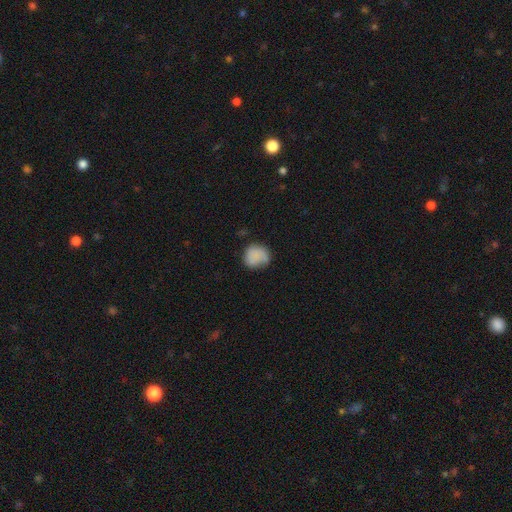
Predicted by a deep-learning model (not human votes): smooth 77%, featured or disk 14%, star or artifact 8%. Down the decision tree: how rounded — round (77%); merging — none (56%).